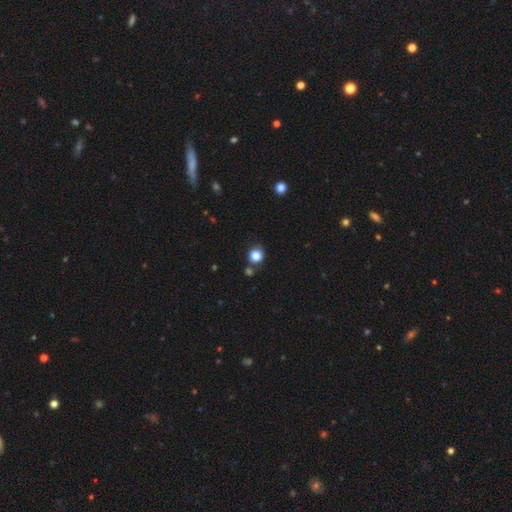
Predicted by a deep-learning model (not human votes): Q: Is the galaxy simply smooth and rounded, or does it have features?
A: smooth — 84%.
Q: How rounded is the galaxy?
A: round — 88%.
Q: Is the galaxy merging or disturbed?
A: none — 78%.